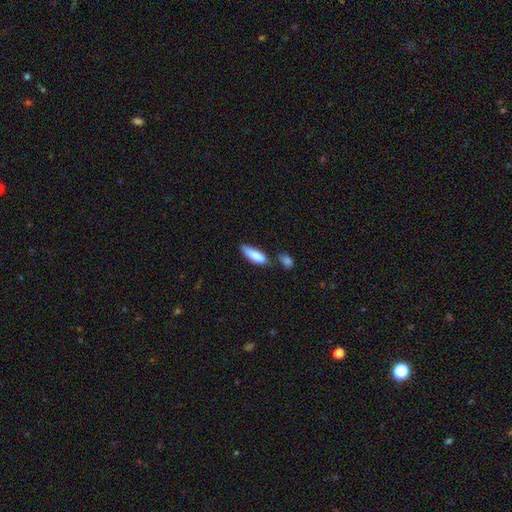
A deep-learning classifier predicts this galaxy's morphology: Smooth or featured?
  - smooth: 85% *
  - featured or disk: 8%
  - star or artifact: 6%
How rounded?
  - in between: 63% *
  - cigar-shaped: 35%
  - round: 2%
Merging?
  - none: 51% *
  - minor disturbance: 27%
  - merger: 16%
  - major disturbance: 6%